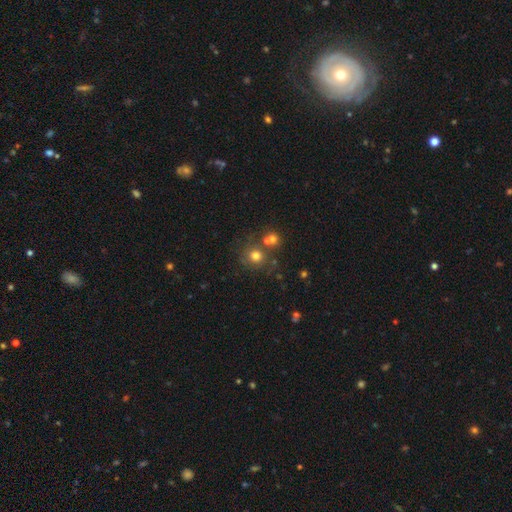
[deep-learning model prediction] A smooth galaxy with no disk features (70%) that is round (87%). Merging: none (62%).